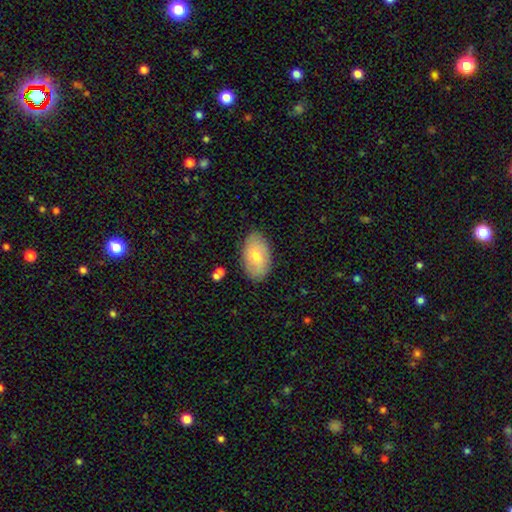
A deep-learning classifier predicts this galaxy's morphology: The model was most divided on "smooth or featured": smooth: 66%, featured or disk: 28%, star or artifact: 6%. More confident: how rounded — in between (93%); merging — none (84%).